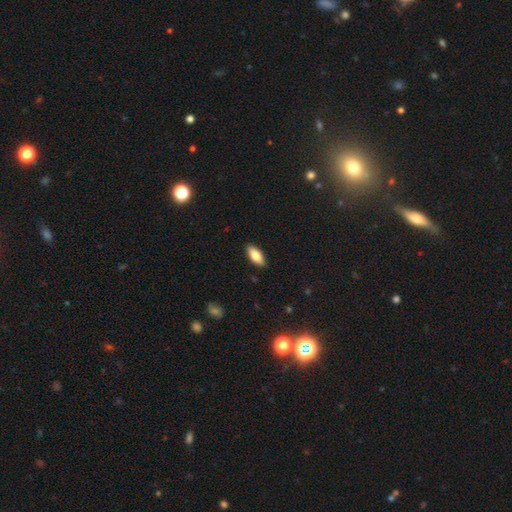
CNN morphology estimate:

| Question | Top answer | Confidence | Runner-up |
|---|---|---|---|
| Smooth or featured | smooth | 80% | featured or disk (14%) |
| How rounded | in between | 84% | cigar-shaped (14%) |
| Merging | none | 89% | minor disturbance (8%) |